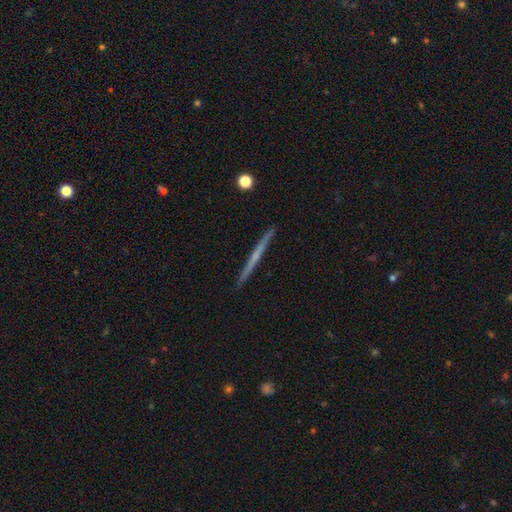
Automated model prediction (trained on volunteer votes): A featured or disk galaxy (58%) viewed edge-on (98%) with no central bulge (83%).

Vote fractions:
- Smooth or featured? featured or disk: 58% / smooth: 36% / star or artifact: 6%
- Edge-on disk? yes: 98% / no: 2%
- Edge-on bulge? none: 83% / rounded: 13% / boxy: 4%
- Merging? none: 92% / minor disturbance: 6% / major disturbance: 1% / merger: 1%